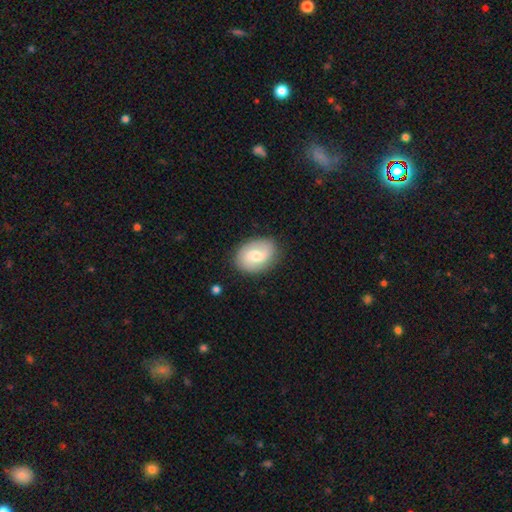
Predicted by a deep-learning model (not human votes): Smooth or featured?
  - featured or disk: 51% *
  - smooth: 43%
  - star or artifact: 6%
Edge-on disk?
  - no: 96% *
  - yes: 4%
Merging?
  - none: 83% *
  - minor disturbance: 12%
  - major disturbance: 3%
  - merger: 1%